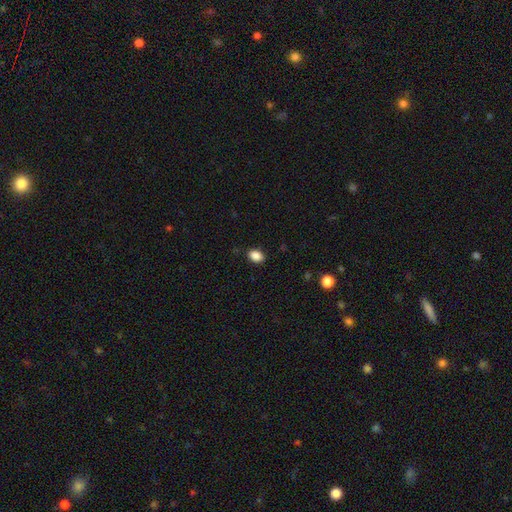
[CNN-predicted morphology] The model was most divided on "how rounded": in between: 78%, round: 21%, cigar-shaped: 1%. More confident: smooth or featured — smooth (88%); merging — none (88%).